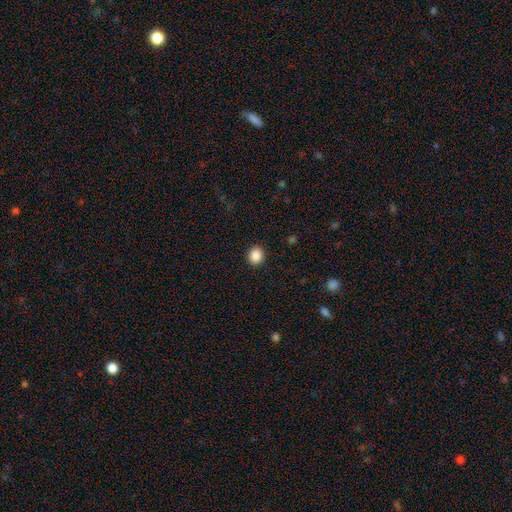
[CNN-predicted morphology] smooth-or-featured: smooth: 88% | star or artifact: 9% | featured or disk: 3%
  how-rounded: round: 82% | in between: 17% | cigar-shaped: 1%
  merging: none: 92% | minor disturbance: 5% | major disturbance: 2% | merger: 1%